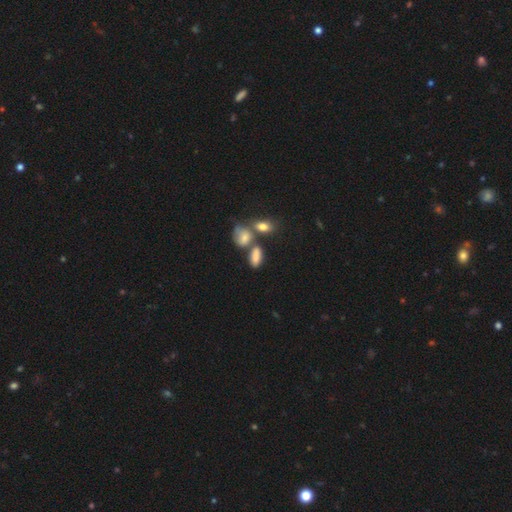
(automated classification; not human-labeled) The model was most divided on "merging": none: 44%, merger: 32%, minor disturbance: 17%, major disturbance: 8%. More confident: how rounded — in between (84%); smooth or featured — smooth (77%).